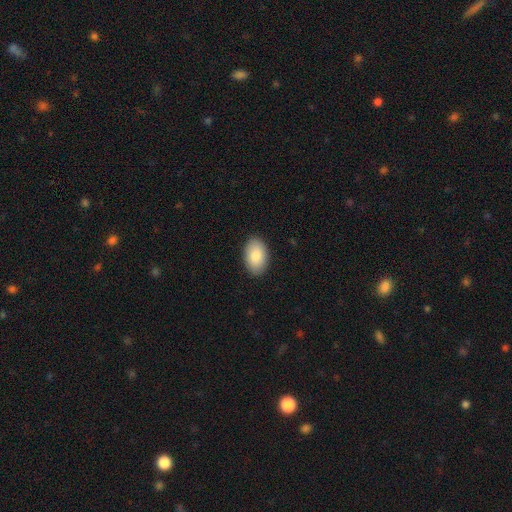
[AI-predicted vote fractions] Smooth or featured: smooth — 85% (featured or disk — 8%)
How rounded: in between — 93% (round — 6%)
Merging: none — 89% (minor disturbance — 8%)